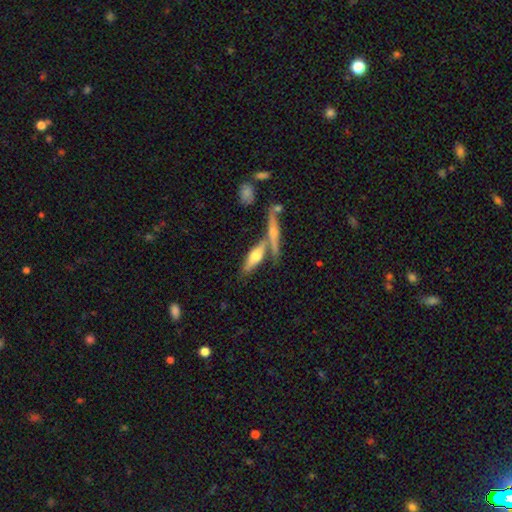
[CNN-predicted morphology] Smooth or featured: featured or disk — 47% (smooth — 45%)
Merging: none — 52% (merger — 32%)